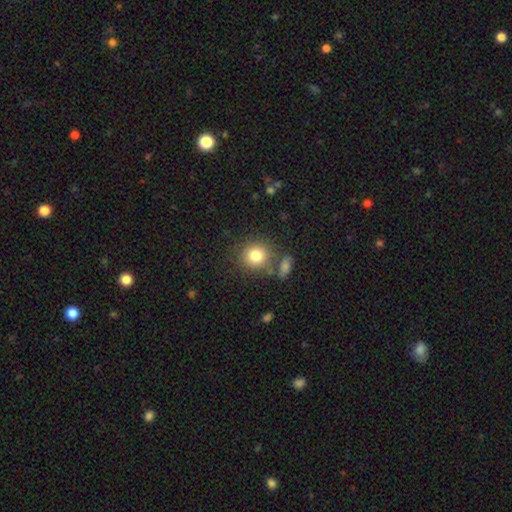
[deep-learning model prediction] A smooth galaxy with no disk features (82%) that is round (86%). Merging: none (73%).